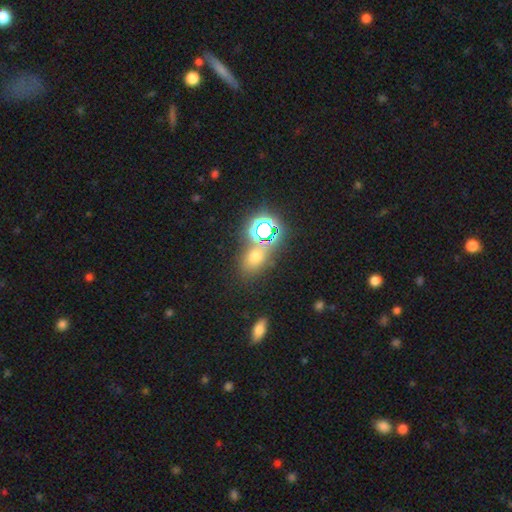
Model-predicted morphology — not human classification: The model was most divided on "smooth or featured": smooth: 55%, star or artifact: 35%, featured or disk: 10%. More confident: merging — none (67%); how rounded — in between (61%).